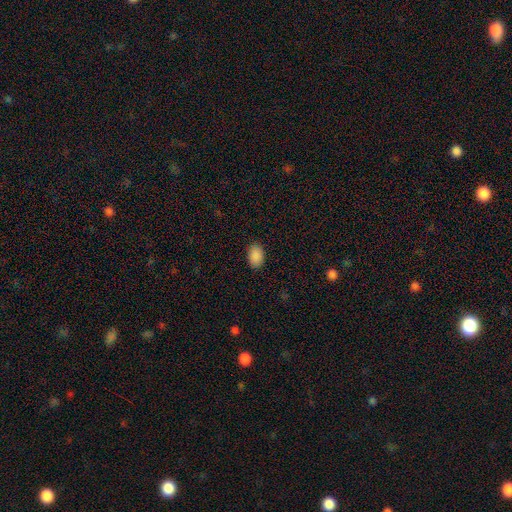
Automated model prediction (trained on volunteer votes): Smooth or featured? Predicted: smooth (p=0.90). How rounded? Predicted: in between (p=0.89). Merging? Predicted: none (p=0.89).